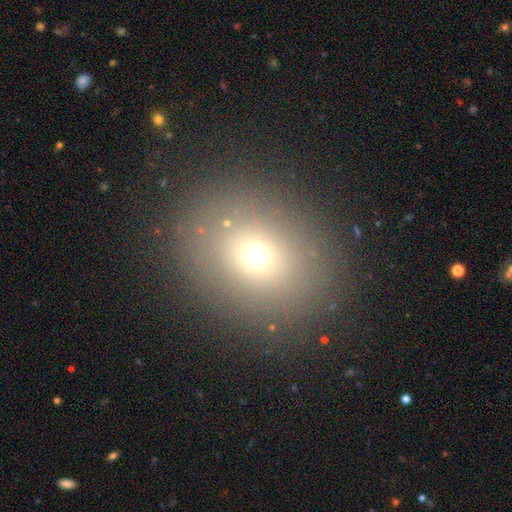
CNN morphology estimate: Smooth or featured? Predicted: smooth (p=0.69). How rounded? Predicted: round (p=0.66). Merging? Predicted: none (p=0.85).